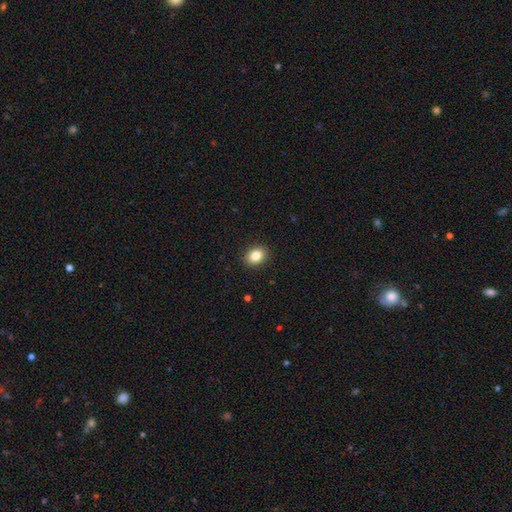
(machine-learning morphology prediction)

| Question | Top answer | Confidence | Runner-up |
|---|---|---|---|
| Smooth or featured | smooth | 84% | star or artifact (10%) |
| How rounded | in between | 57% | round (42%) |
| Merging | none | 91% | minor disturbance (7%) |